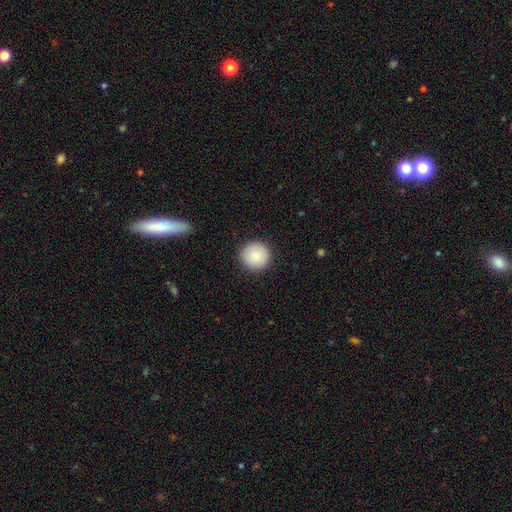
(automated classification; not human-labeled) This appears to be a smooth galaxy with no disk features (88%) that is round (95%). Merging: none (91%).